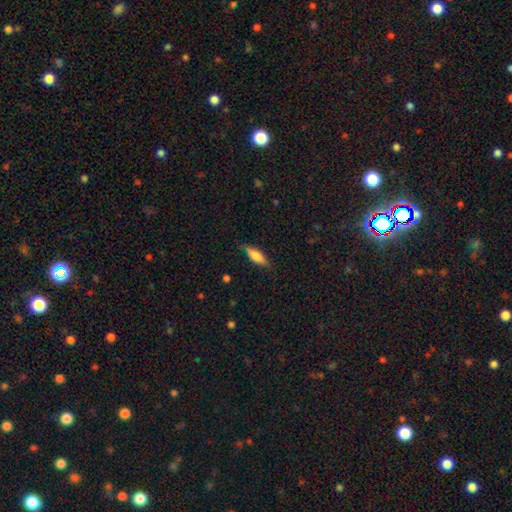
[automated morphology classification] smooth_or_featured: smooth (p=0.59) [alt: featured or disk p=0.34]
how_rounded: in between (p=0.56) [alt: cigar-shaped p=0.42]
merging: none (p=0.75) [alt: minor disturbance p=0.19]